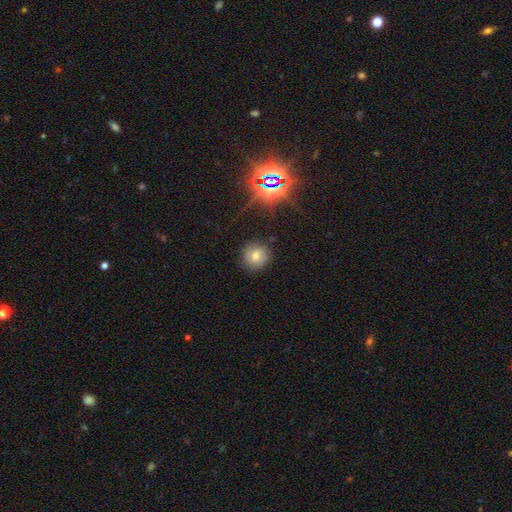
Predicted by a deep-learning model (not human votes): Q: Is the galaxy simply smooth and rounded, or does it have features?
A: smooth — 63%.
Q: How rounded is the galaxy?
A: round — 88%.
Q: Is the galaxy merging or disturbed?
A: none — 83%.